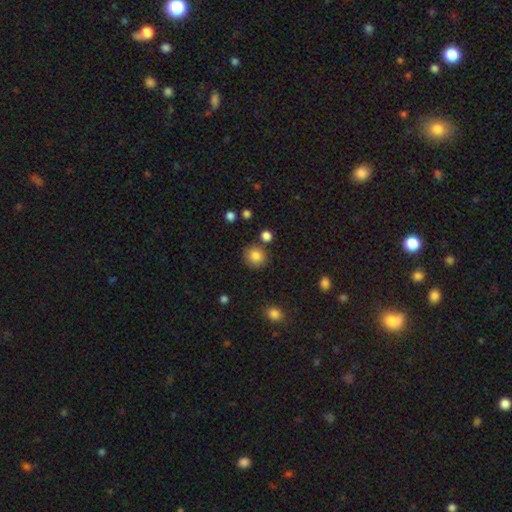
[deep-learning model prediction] smooth_or_featured: smooth (p=0.85) [alt: star or artifact p=0.10]
how_rounded: round (p=0.89) [alt: in between p=0.10]
merging: none (p=0.81) [alt: minor disturbance p=0.10]